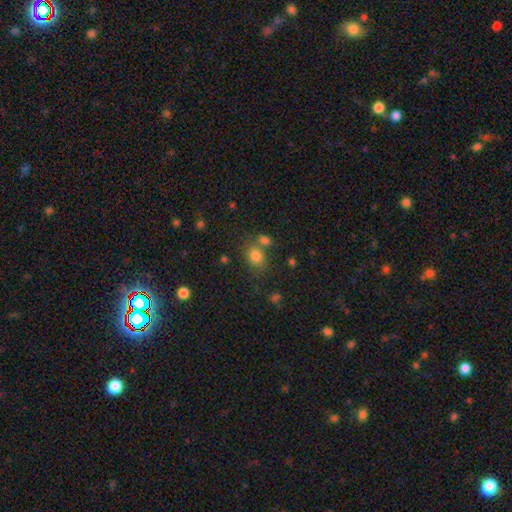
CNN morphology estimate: This appears to be a smooth galaxy with no disk features (79%) that is round (57%). Merging: none (55%).